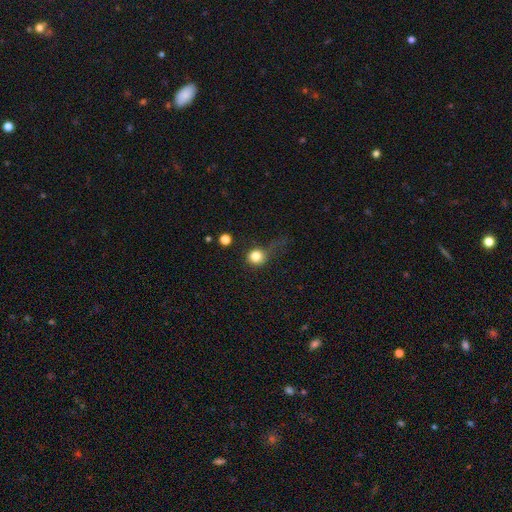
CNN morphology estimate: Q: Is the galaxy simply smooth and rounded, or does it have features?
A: smooth — 81%.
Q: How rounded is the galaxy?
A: round — 88%.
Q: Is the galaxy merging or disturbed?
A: none — 49%.